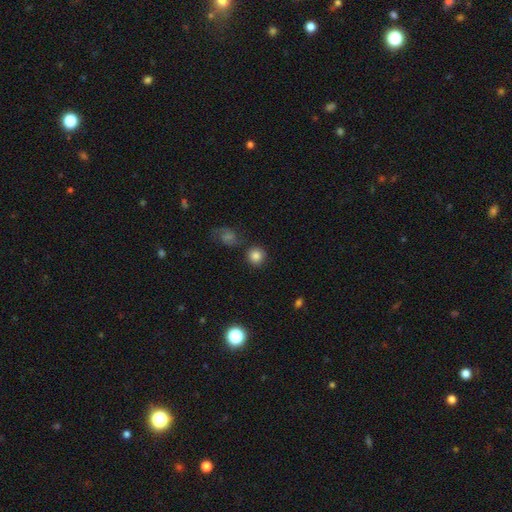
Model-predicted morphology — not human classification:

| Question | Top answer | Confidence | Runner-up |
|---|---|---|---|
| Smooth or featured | smooth | 82% | star or artifact (10%) |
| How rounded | round | 92% | in between (7%) |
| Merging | none | 78% | minor disturbance (9%) |